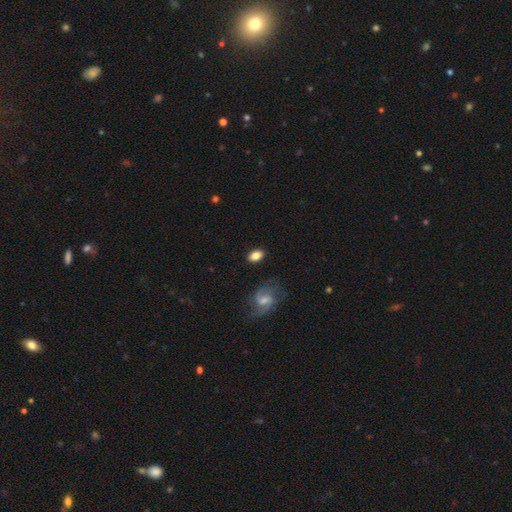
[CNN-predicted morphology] A smooth galaxy with no disk features (77%) that is in between round and cigar-shaped (87%).

Vote fractions:
- Smooth or featured? smooth: 77% / featured or disk: 15% / star or artifact: 8%
- How rounded? in between: 87% / round: 10% / cigar-shaped: 2%
- Merging? none: 83% / minor disturbance: 12% / major disturbance: 3% / merger: 2%